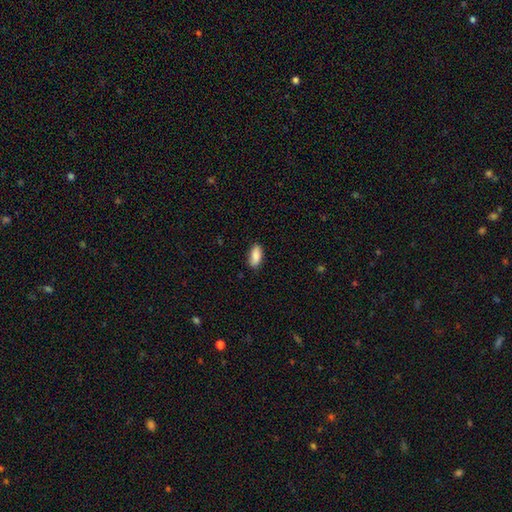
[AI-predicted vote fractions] Morphology: type=smooth (87%); roundness=in between (84%); merging=none (85%).